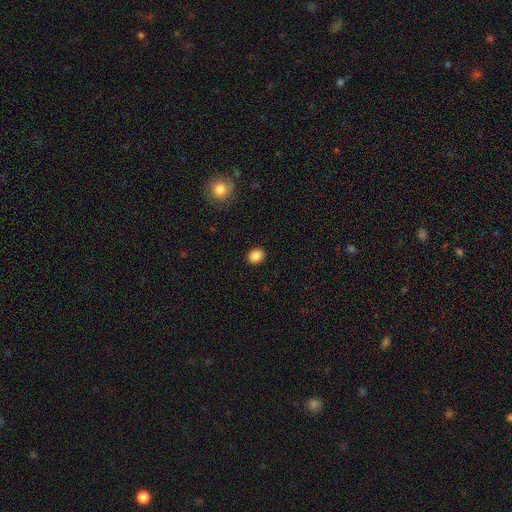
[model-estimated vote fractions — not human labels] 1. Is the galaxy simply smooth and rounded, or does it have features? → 87% smooth, 9% star or artifact, 4% featured or disk.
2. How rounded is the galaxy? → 52% round, 47% in between, 1% cigar-shaped.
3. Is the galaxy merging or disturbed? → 91% none, 6% minor disturbance, 2% major disturbance, 1% merger.